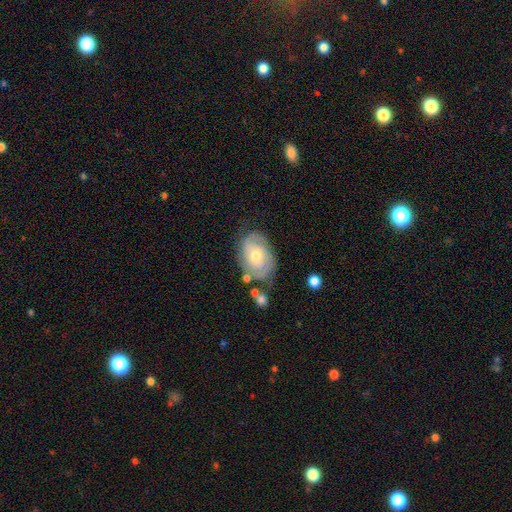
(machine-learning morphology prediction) A featured or disk galaxy (62%) with no bar (67%), spiral arms (82%) and a moderate central bulge (58%).

Vote fractions:
- Smooth or featured? featured or disk: 62% / smooth: 31% / star or artifact: 7%
- Edge-on disk? no: 96% / yes: 4%
- Bar? no: 67% / weak: 28% / strong: 5%
- Spiral arms? yes: 82% / no: 18%
- Bulge size? moderate: 58% / small: 36% / large: 4% / none: 1% / dominant: 1%
- Merging? none: 63% / minor disturbance: 23% / major disturbance: 8% / merger: 6%